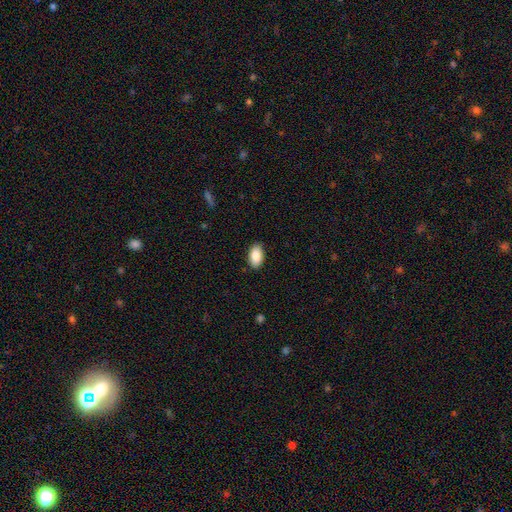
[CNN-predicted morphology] Smooth or featured: smooth — 87% (star or artifact — 7%)
How rounded: in between — 94% (round — 4%)
Merging: none — 88% (minor disturbance — 9%)